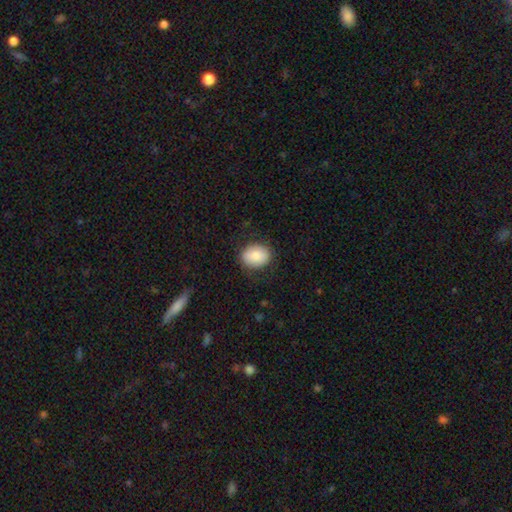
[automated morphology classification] This is clearly a smooth galaxy (81%). How rounded: possibly in between (56%). Merging: clearly none (83%).